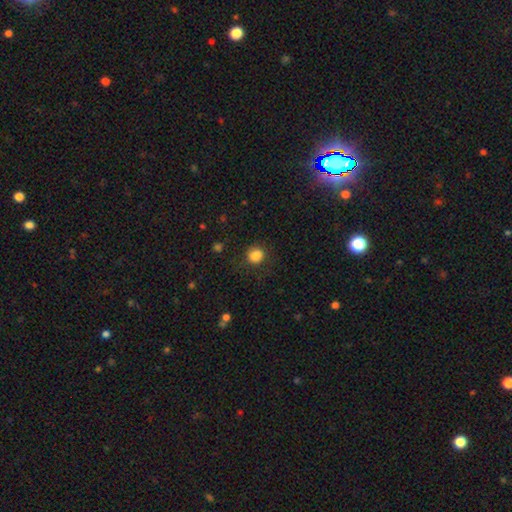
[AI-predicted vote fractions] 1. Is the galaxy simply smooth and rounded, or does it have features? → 85% smooth, 11% star or artifact, 4% featured or disk.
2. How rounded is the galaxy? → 81% round, 19% in between, 1% cigar-shaped.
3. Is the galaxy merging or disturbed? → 83% none, 11% minor disturbance, 4% major disturbance, 1% merger.